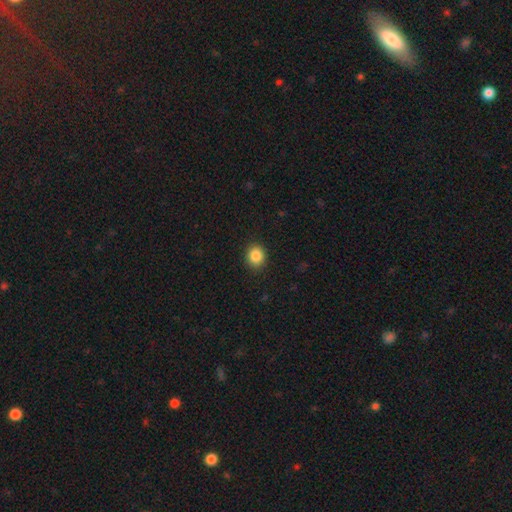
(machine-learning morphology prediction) smooth 87%, star or artifact 10%, featured or disk 4%. Down the decision tree: how rounded — round (76%); merging — none (90%).